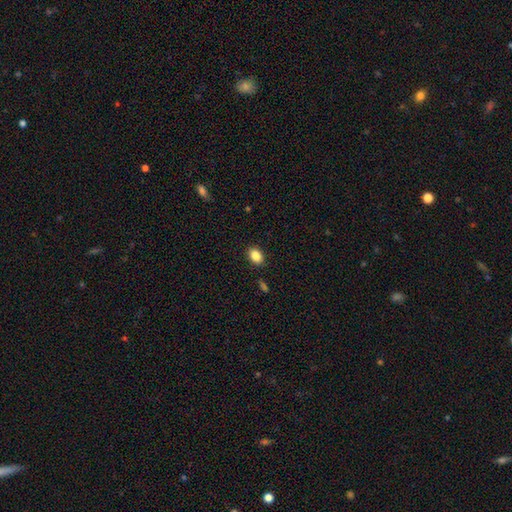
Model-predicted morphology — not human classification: Smooth or featured? smooth (86%)
How rounded? in between (75%)
Merging? none (88%)